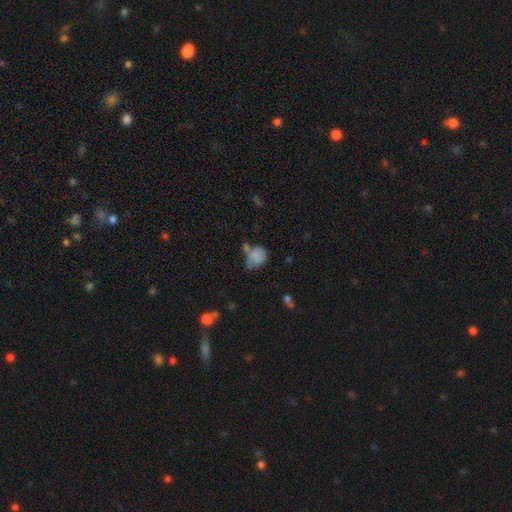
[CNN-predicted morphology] Q: Smooth or featured?
A: smooth (78%); runner-up: featured or disk (12%)
Q: How rounded?
A: in between (52%); runner-up: round (47%)
Q: Merging?
A: none (36%); runner-up: minor disturbance (31%)